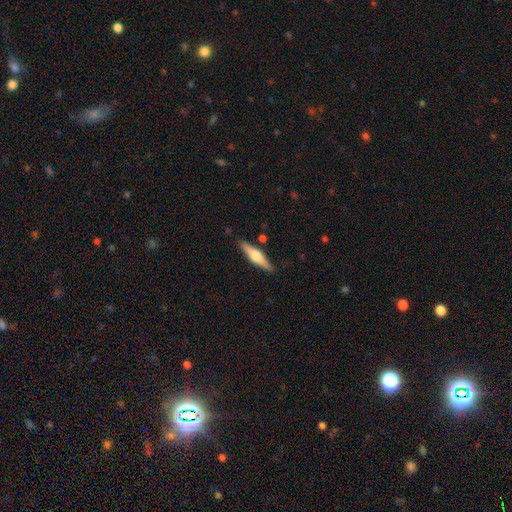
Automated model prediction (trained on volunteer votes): smooth_or_featured: featured or disk (p=0.58) [alt: smooth p=0.37]
disk_edge_on: yes (p=0.96) [alt: no p=0.04]
edge_on_bulge: rounded (p=0.88) [alt: boxy p=0.08]
merging: none (p=0.87) [alt: minor disturbance p=0.09]